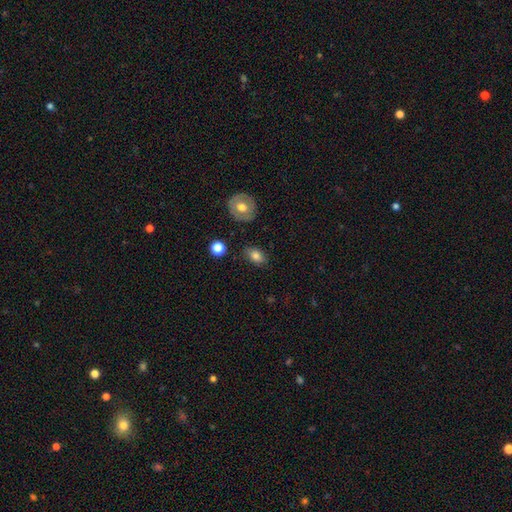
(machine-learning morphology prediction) Smooth or featured?
  - smooth: 81% *
  - featured or disk: 10%
  - star or artifact: 9%
How rounded?
  - in between: 79% *
  - round: 19%
  - cigar-shaped: 2%
Merging?
  - none: 82% *
  - minor disturbance: 13%
  - major disturbance: 3%
  - merger: 2%